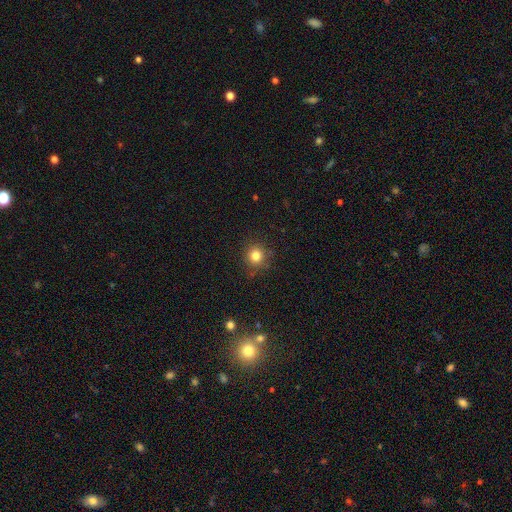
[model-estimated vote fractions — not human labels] This is clearly a smooth galaxy (82%). How rounded: clearly round (93%). Merging: clearly none (87%).